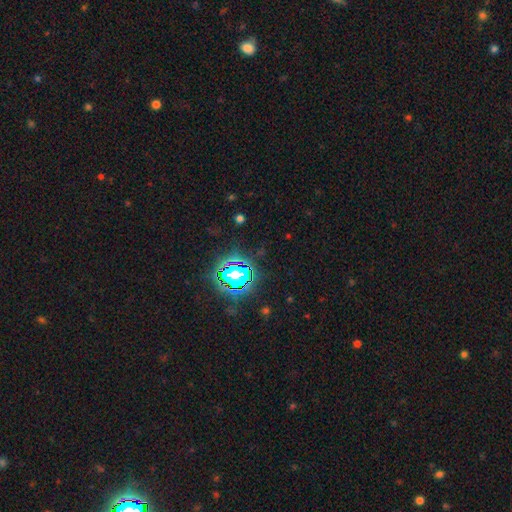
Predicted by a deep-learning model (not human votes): Overall: star or artifact (79%).